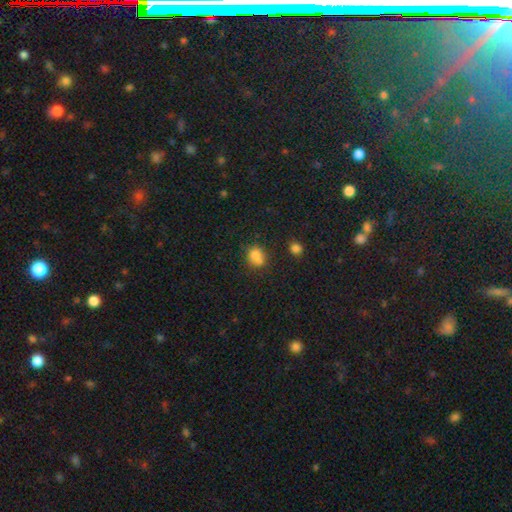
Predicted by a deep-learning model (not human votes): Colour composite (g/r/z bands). It shows a smooth galaxy with no disk features (77%) that is round (67%). Merging: none (49%).